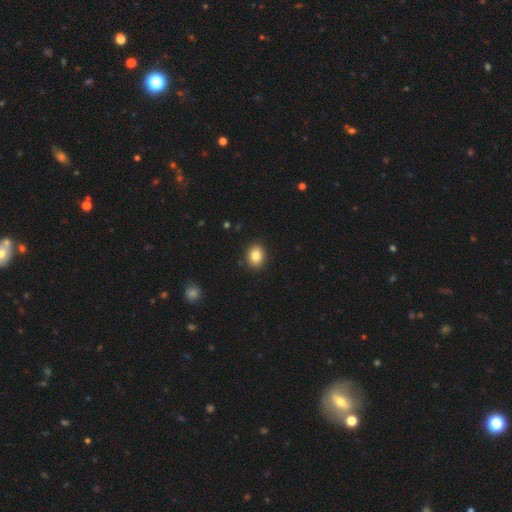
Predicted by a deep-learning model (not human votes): Overall: smooth (84%). How rounded: in between (51%; round 48%). Merging: none (89%).